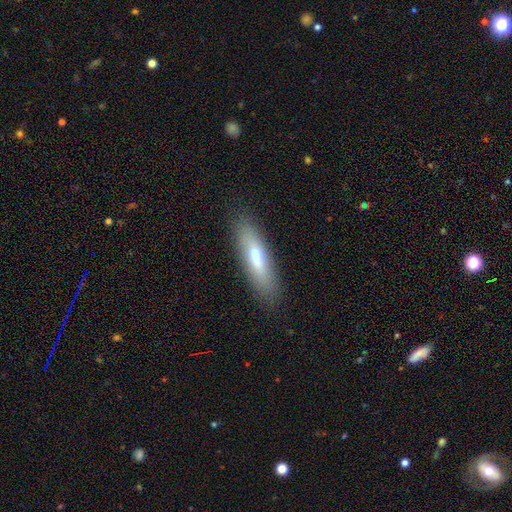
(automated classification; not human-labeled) smooth-or-featured: smooth: 60% | featured or disk: 32% | star or artifact: 8%
  how-rounded: cigar-shaped: 70% | in between: 28% | round: 2%
  merging: none: 88% | minor disturbance: 9% | major disturbance: 2% | merger: 1%